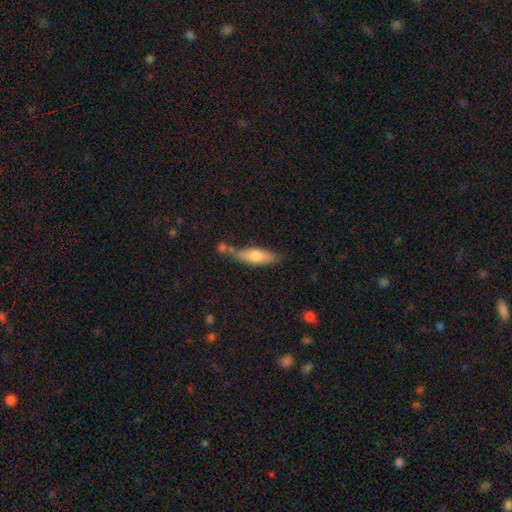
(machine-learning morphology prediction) This appears to be a smooth galaxy with no disk features (68%) that is cigar-shaped (49%, tied with in between). Merging: none (60%).